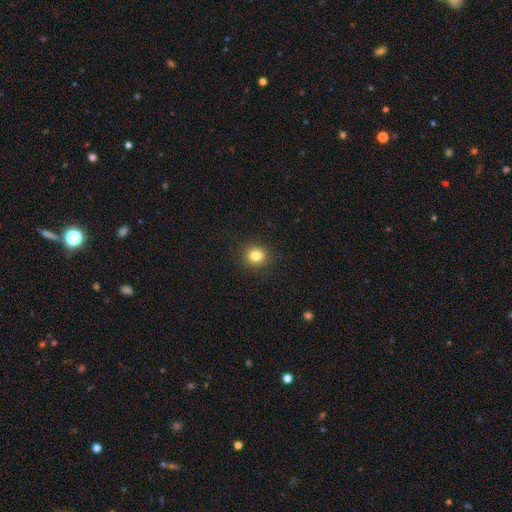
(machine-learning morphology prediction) This is clearly a smooth galaxy (82%). How rounded: clearly round (85%). Merging: clearly none (90%).